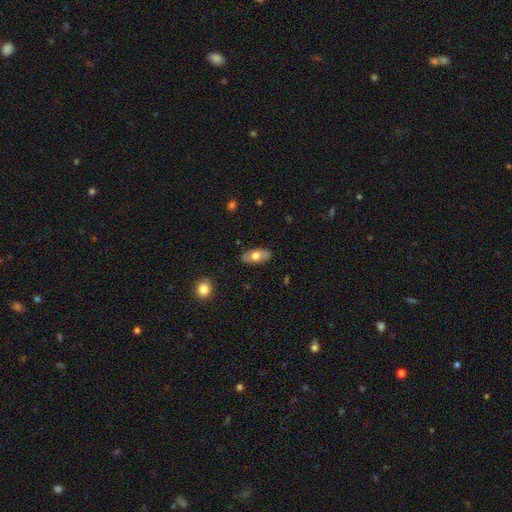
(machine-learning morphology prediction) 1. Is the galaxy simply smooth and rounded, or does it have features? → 57% smooth, 37% featured or disk, 6% star or artifact.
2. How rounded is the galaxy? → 89% in between, 6% cigar-shaped, 5% round.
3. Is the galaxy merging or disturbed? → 84% none, 12% minor disturbance, 3% major disturbance, 1% merger.